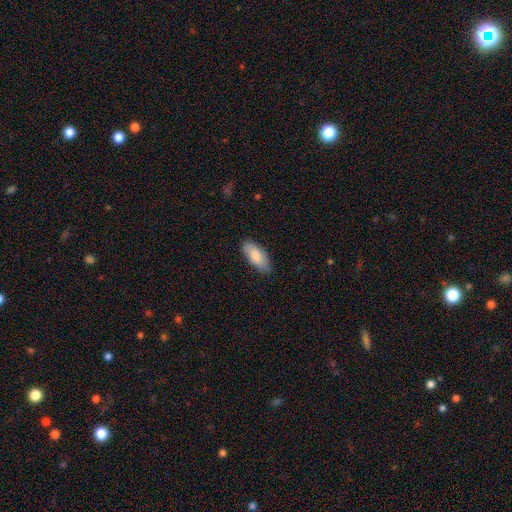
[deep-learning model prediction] Smooth or featured: smooth — 80% (featured or disk — 14%)
How rounded: in between — 84% (cigar-shaped — 14%)
Merging: none — 81% (minor disturbance — 16%)